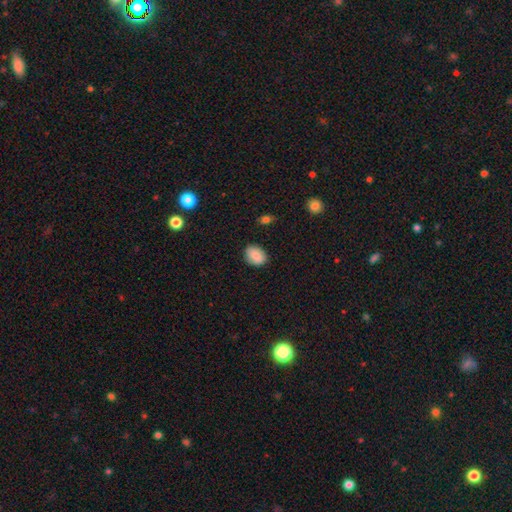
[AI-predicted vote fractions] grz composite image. It shows a smooth galaxy with no disk features (87%) that is in between round and cigar-shaped (63%). Merging: none (83%).